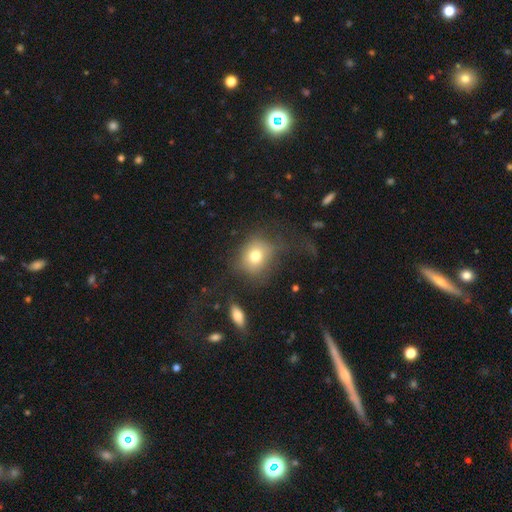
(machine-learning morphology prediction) Smooth or featured?
  - smooth: 75% *
  - featured or disk: 14%
  - star or artifact: 12%
How rounded?
  - round: 66% *
  - in between: 33%
  - cigar-shaped: 1%
Merging?
  - none: 59% *
  - minor disturbance: 19%
  - major disturbance: 18%
  - merger: 3%